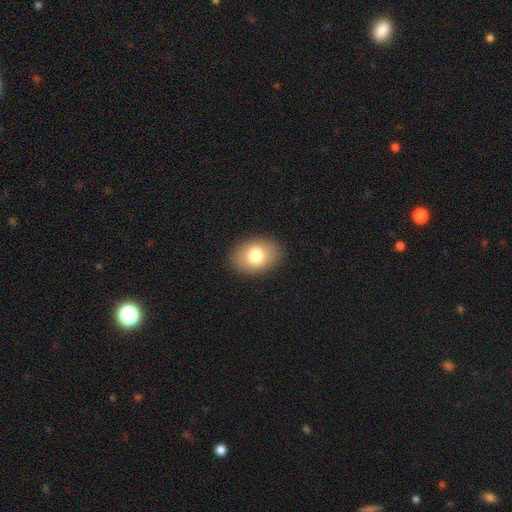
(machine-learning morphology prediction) A smooth galaxy with no disk features (77%) that is in between round and cigar-shaped (77%).

Vote fractions:
- Smooth or featured? smooth: 77% / featured or disk: 15% / star or artifact: 9%
- How rounded? in between: 77% / round: 22% / cigar-shaped: 1%
- Merging? none: 89% / minor disturbance: 8% / major disturbance: 2% / merger: 1%